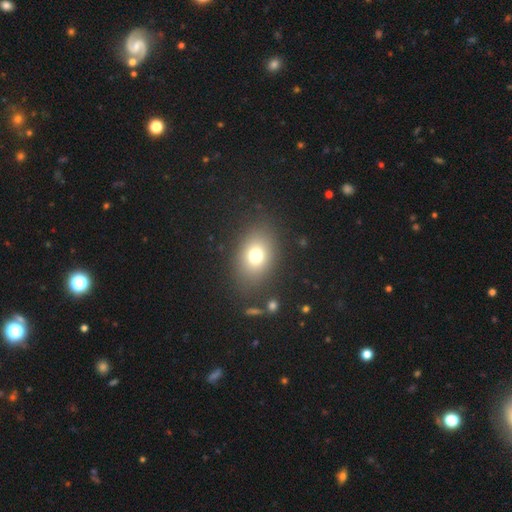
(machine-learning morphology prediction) This is likely a smooth galaxy (73%). How rounded: likely in between (63%). Merging: clearly none (83%).